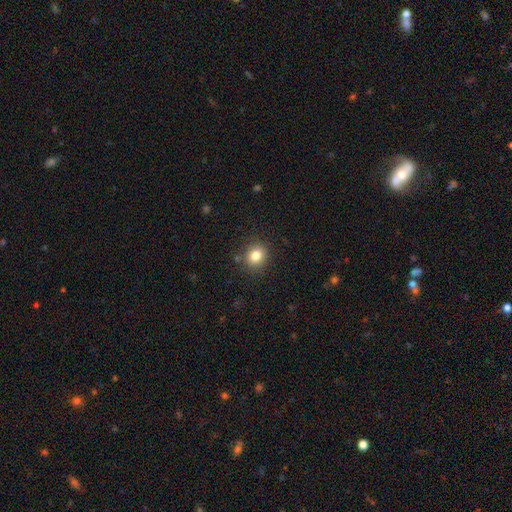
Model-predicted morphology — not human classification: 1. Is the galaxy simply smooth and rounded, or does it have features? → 81% smooth, 12% star or artifact, 7% featured or disk.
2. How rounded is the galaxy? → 77% round, 22% in between, 1% cigar-shaped.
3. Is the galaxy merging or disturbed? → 86% none, 9% minor disturbance, 3% major disturbance, 2% merger.